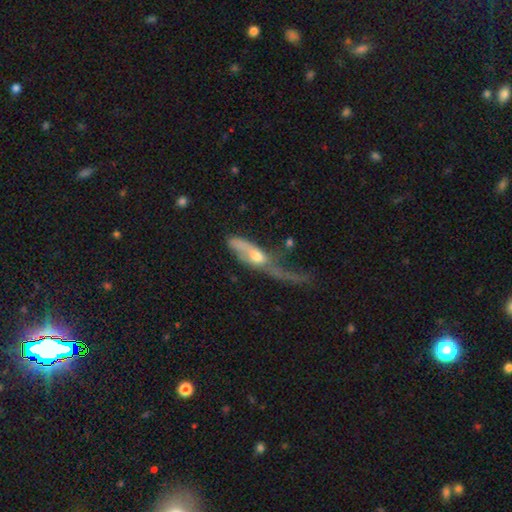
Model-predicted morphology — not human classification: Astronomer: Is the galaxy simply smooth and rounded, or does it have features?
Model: featured or disk — 60%.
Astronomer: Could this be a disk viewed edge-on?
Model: no — 64%.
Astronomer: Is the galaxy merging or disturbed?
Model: major disturbance — 57%.